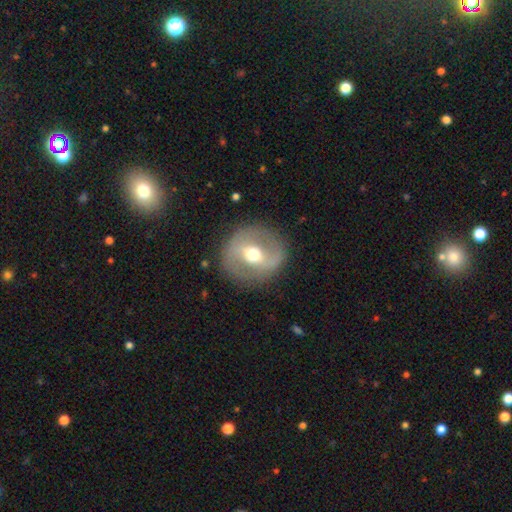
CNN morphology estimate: This is likely a featured or disk galaxy (68%). It is clearly not viewed edge-on (95%). Bar: marginally weak (41%). Spiral arm pattern: possibly yes (60%). Central bulge: likely moderate (77%). Merging: clearly none (83%).